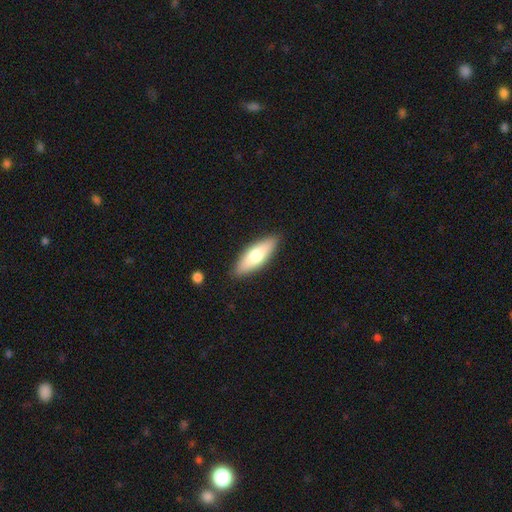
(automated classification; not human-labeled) Morphology: type=smooth (68%); roundness=in between (54%); merging=none (87%).